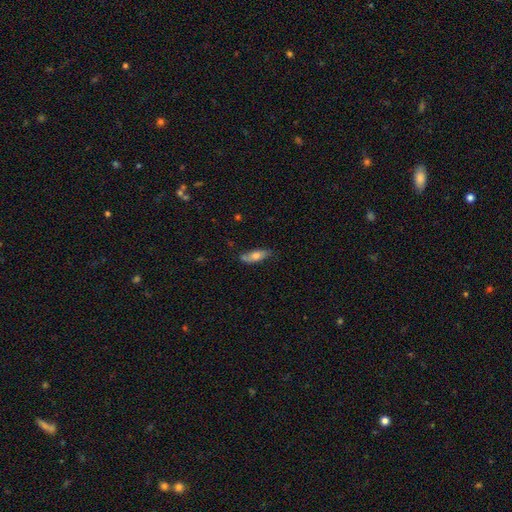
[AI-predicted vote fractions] This appears to be a smooth galaxy with no disk features (64%) that is in between round and cigar-shaped (61%). Merging: none (72%).